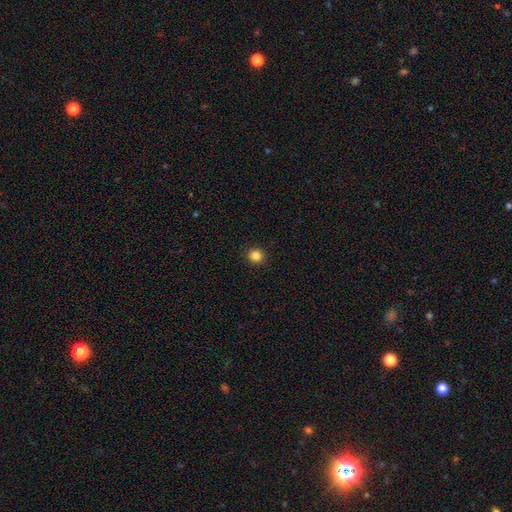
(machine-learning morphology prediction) smooth-or-featured: smooth: 85% | star or artifact: 12% | featured or disk: 4%
  how-rounded: round: 93% | in between: 6% | cigar-shaped: 1%
  merging: none: 93% | minor disturbance: 4% | major disturbance: 2% | merger: 1%